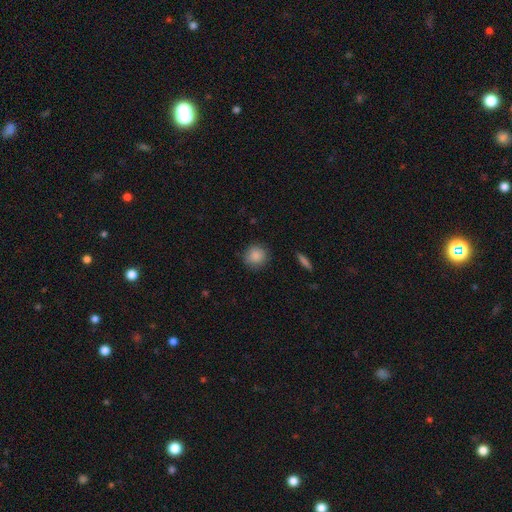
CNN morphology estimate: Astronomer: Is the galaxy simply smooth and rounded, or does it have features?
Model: smooth — 87%.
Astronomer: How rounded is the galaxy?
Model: round — 92%.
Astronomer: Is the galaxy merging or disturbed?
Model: none — 88%.